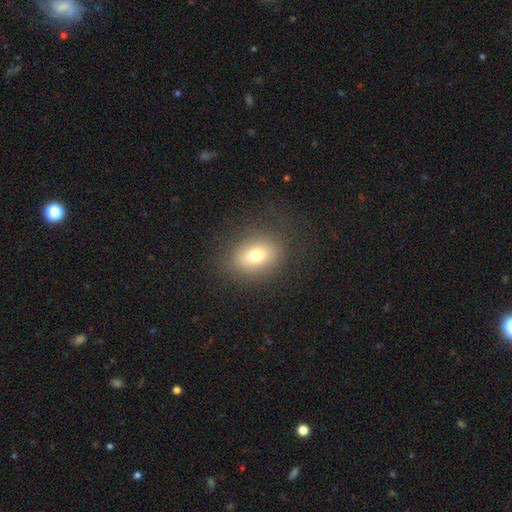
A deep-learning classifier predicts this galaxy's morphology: smooth-or-featured: smooth: 71% | featured or disk: 15% | star or artifact: 13%
  how-rounded: in between: 53% | round: 46% | cigar-shaped: 1%
  merging: none: 83% | minor disturbance: 10% | major disturbance: 6% | merger: 1%